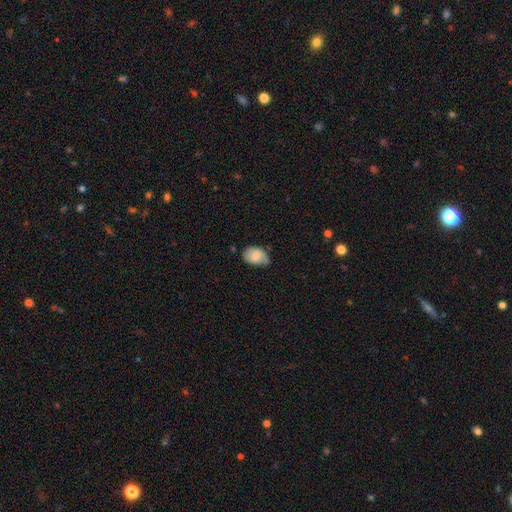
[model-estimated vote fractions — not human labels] Smooth or featured? Predicted: smooth (p=0.64). How rounded? Predicted: in between (p=0.81). Merging? Predicted: none (p=0.48).